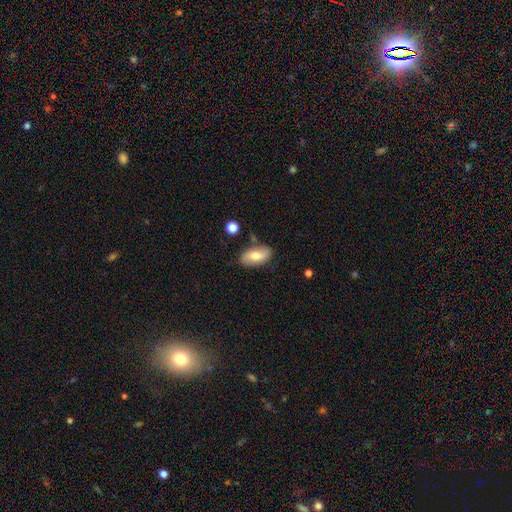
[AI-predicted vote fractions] Q: Smooth or featured?
A: smooth (69%); runner-up: featured or disk (24%)
Q: How rounded?
A: in between (91%); runner-up: cigar-shaped (5%)
Q: Merging?
A: none (79%); runner-up: minor disturbance (14%)